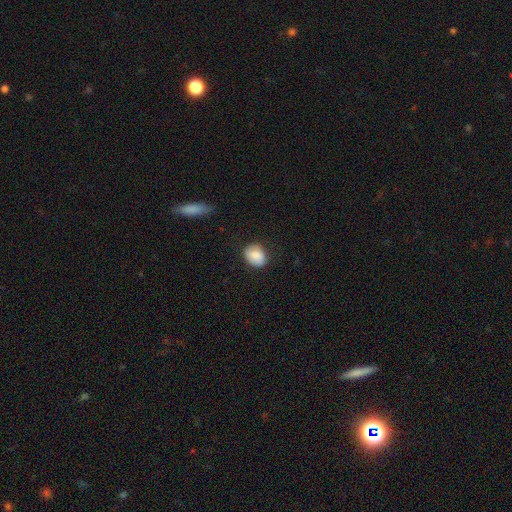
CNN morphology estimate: The model was most divided on "how rounded": in between: 56%, round: 43%, cigar-shaped: 1%. More confident: smooth or featured — smooth (84%); merging — none (81%).